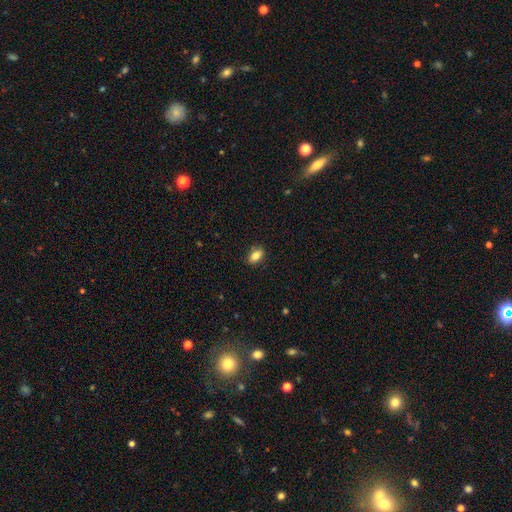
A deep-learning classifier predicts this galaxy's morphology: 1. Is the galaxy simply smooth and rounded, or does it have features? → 82% smooth, 10% featured or disk, 8% star or artifact.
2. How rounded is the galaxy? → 87% in between, 6% cigar-shaped, 6% round.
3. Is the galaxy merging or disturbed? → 85% none, 11% minor disturbance, 2% major disturbance, 1% merger.